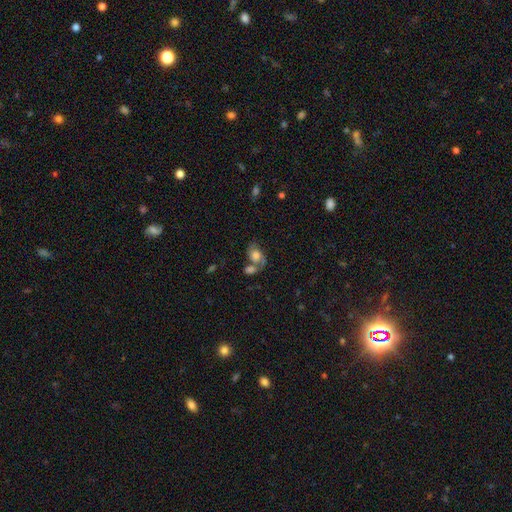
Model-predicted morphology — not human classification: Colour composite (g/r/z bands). It shows a featured or disk galaxy (50%). Merging: merger (42%).